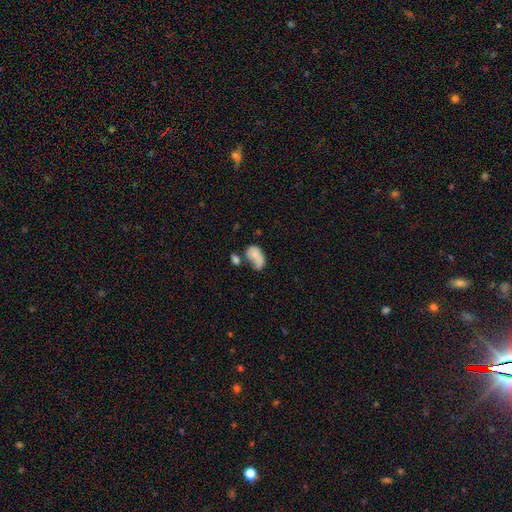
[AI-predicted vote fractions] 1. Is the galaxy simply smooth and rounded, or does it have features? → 69% smooth, 22% featured or disk, 9% star or artifact.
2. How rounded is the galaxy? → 89% in between, 9% round, 2% cigar-shaped.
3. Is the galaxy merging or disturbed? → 31% merger, 24% none, 24% major disturbance, 21% minor disturbance.